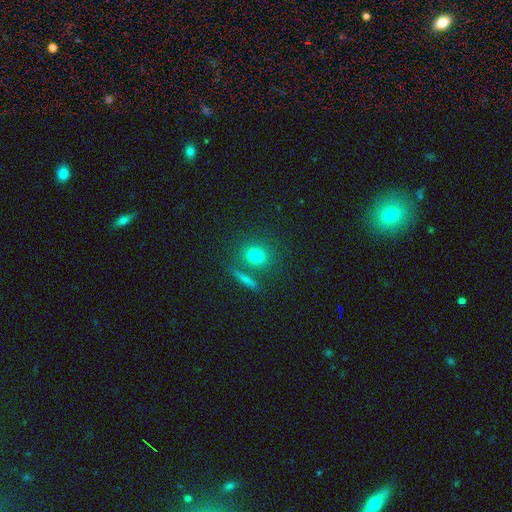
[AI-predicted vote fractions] Smooth or featured: smooth — 76% (star or artifact — 13%)
How rounded: round — 72% (in between — 25%)
Merging: none — 75% (merger — 12%)